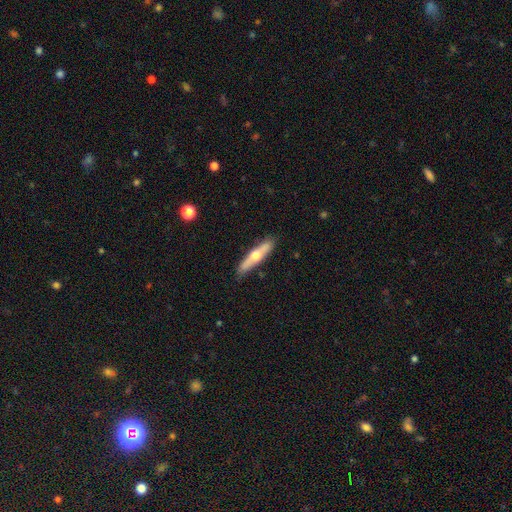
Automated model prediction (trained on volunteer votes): smooth_or_featured: featured or disk (p=0.52) [alt: smooth p=0.43]
disk_edge_on: yes (p=0.86) [alt: no p=0.14]
merging: none (p=0.84) [alt: minor disturbance p=0.12]